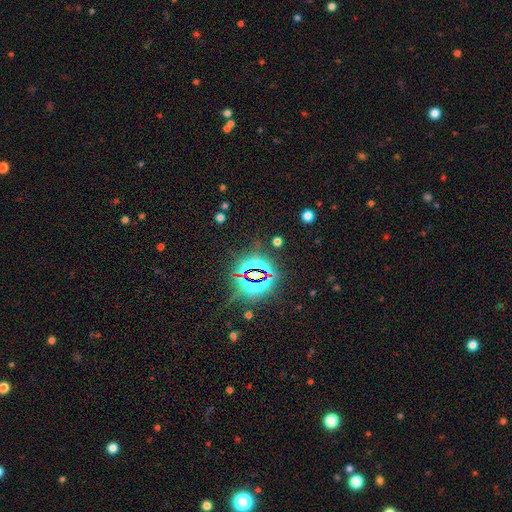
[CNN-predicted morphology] smooth_or_featured: star or artifact (p=0.84) [alt: smooth p=0.09]